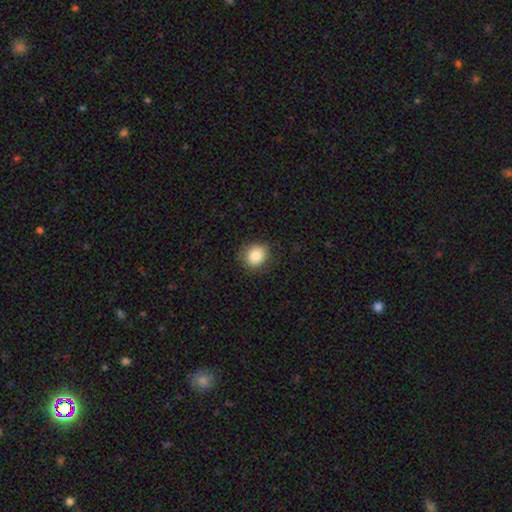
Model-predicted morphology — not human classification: This is clearly a smooth galaxy (82%). How rounded: likely round (79%). Merging: clearly none (82%).